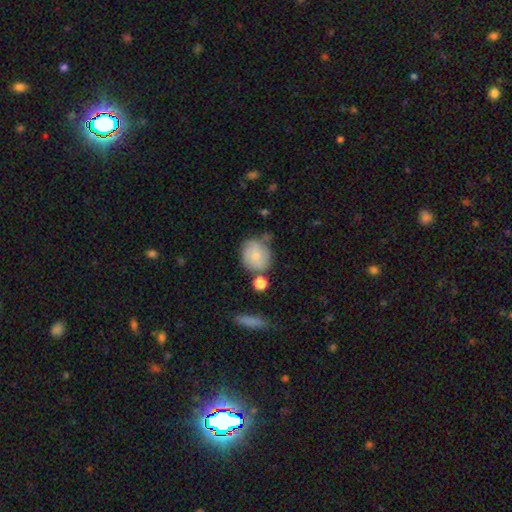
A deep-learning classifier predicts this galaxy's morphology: A smooth galaxy with no disk features (60%) that is round (69%).

Vote fractions:
- Smooth or featured? smooth: 60% / featured or disk: 32% / star or artifact: 8%
- How rounded? round: 69% / in between: 30% / cigar-shaped: 1%
- Merging? none: 58% / minor disturbance: 21% / merger: 14% / major disturbance: 7%